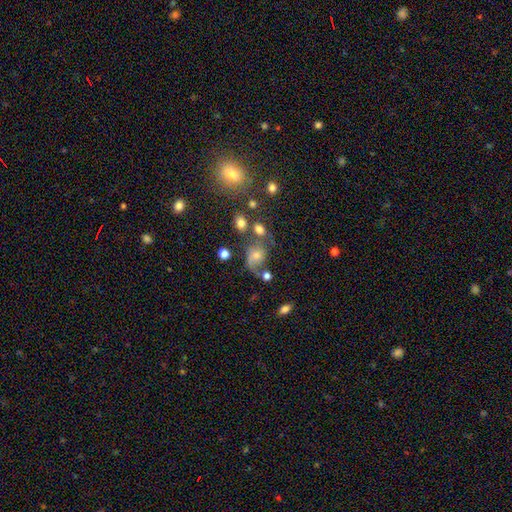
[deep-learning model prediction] A smooth galaxy with no disk features (51%) that is in between round and cigar-shaped (51%).

Vote fractions:
- Smooth or featured? smooth: 51% / featured or disk: 34% / star or artifact: 15%
- How rounded? in between: 51% / round: 48% / cigar-shaped: 1%
- Merging? none: 34% / major disturbance: 26% / minor disturbance: 23% / merger: 17%